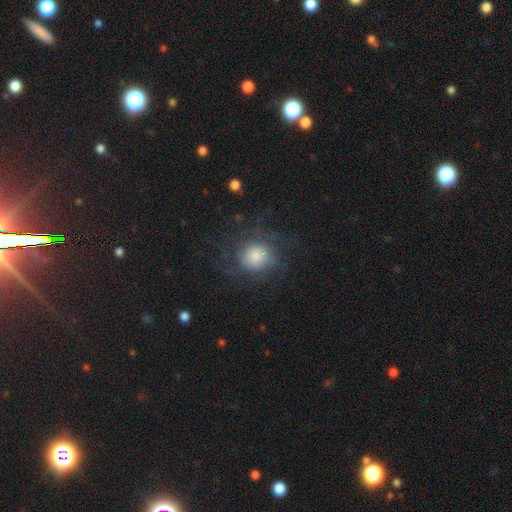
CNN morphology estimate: This appears to be a smooth galaxy with no disk features (47%). Merging: none (64%).